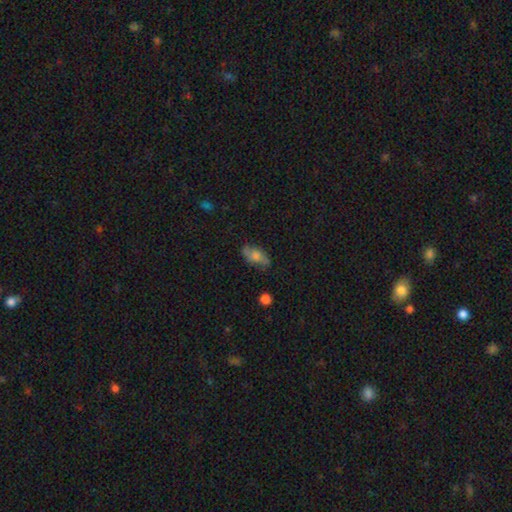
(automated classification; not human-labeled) Smooth or featured? smooth (58%)
How rounded? in between (86%)
Merging? none (69%)